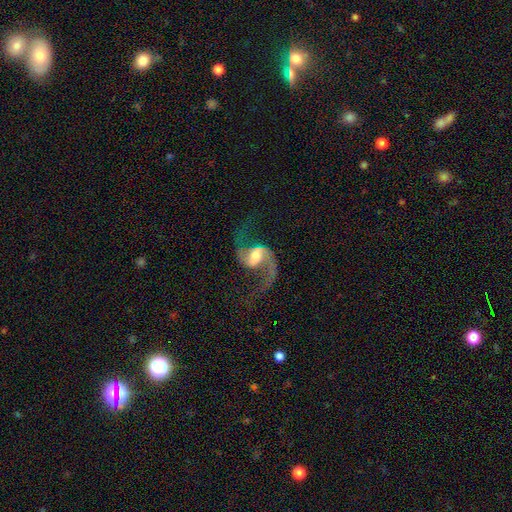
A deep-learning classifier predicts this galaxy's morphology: Smooth or featured? featured or disk (92%)
Edge-on disk? no (98%)
Bar? weak (48%)
Spiral arms? yes (98%)
Spiral winding? loose (71%)
Spiral arm count? 2 (94%)
Bulge size? moderate (58%)
Merging? none (71%)